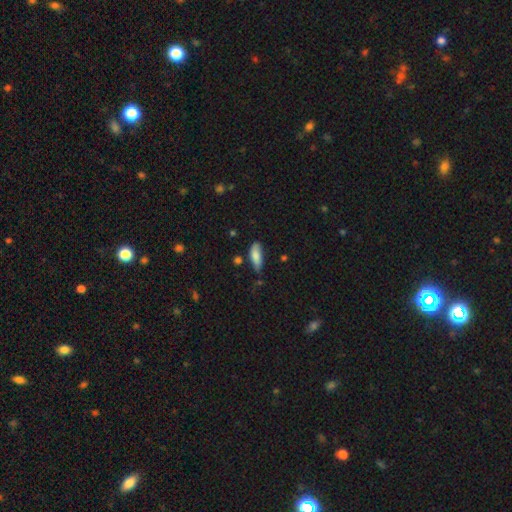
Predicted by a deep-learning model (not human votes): Smooth or featured? smooth (81%)
How rounded? in between (72%)
Merging? none (59%)